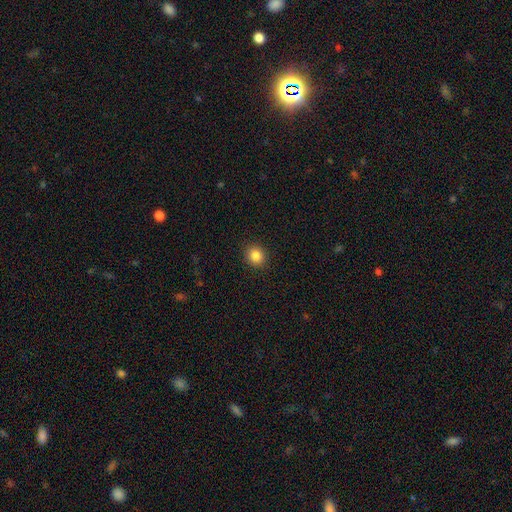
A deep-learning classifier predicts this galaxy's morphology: A smooth galaxy with no disk features (85%) that is round (83%). Merging: none (92%).